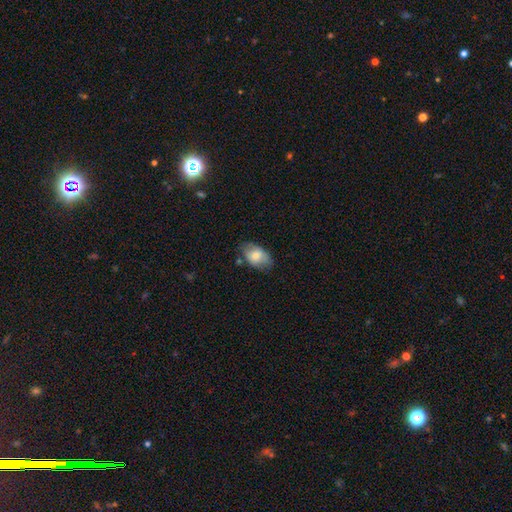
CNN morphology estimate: The model was most divided on "merging": none: 70%, minor disturbance: 21%, major disturbance: 5%, merger: 4%. More confident: how rounded — in between (89%); smooth or featured — smooth (74%).